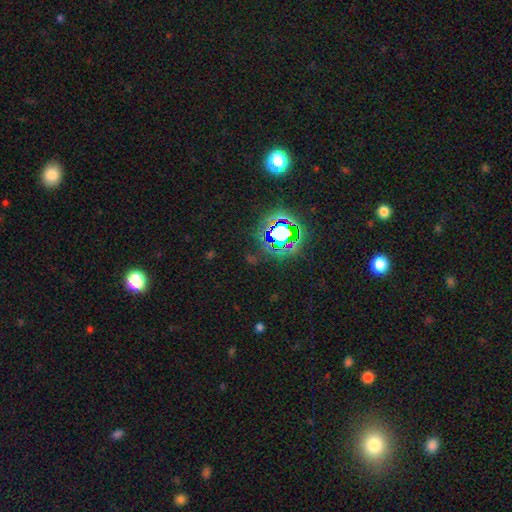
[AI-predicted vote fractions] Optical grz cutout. It shows a star or artifact, not a galaxy (77%).